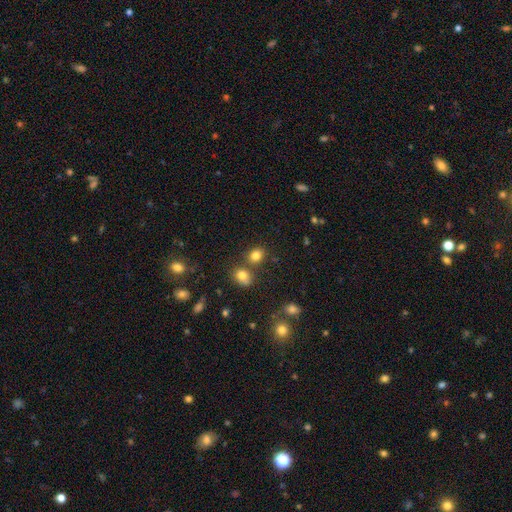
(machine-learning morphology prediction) smooth 80%, star or artifact 13%, featured or disk 6%. Down the decision tree: how rounded — round (61%); merging — none (68%).